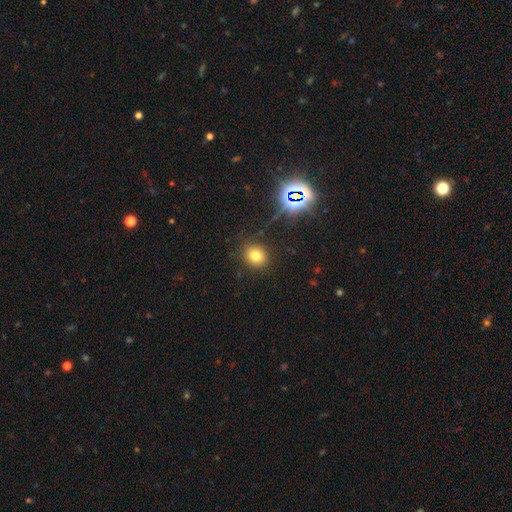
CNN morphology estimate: Q: Smooth or featured?
A: smooth (74%); runner-up: star or artifact (18%)
Q: How rounded?
A: round (69%); runner-up: in between (30%)
Q: Merging?
A: none (87%); runner-up: minor disturbance (8%)